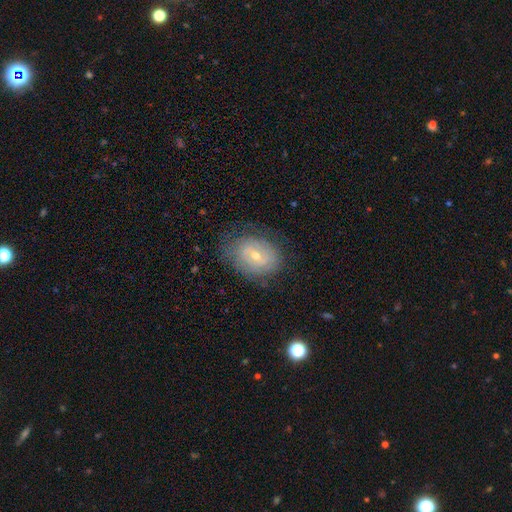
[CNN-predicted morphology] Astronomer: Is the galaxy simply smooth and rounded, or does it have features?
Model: featured or disk — 57% (runner-up: smooth, 33%).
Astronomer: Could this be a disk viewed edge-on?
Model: no — 94%.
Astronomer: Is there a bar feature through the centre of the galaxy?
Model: no — 55% (runner-up: weak, 35%).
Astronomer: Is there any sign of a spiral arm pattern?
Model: yes — 59% (runner-up: no, 41%).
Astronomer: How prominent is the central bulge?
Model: small — 57% (runner-up: moderate, 39%).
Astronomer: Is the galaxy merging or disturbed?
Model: none — 70%.